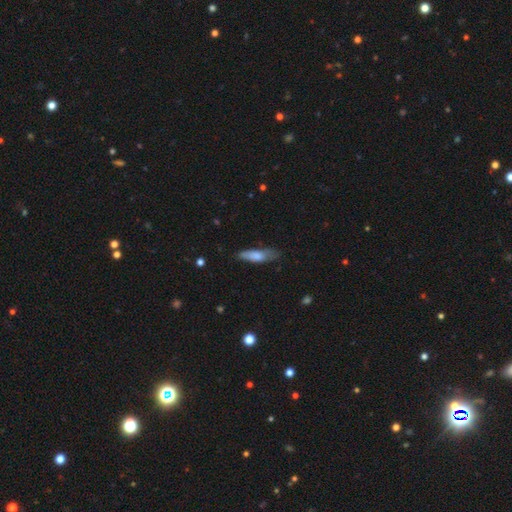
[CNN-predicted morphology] Smooth or featured? Predicted: smooth (p=0.72). How rounded? Predicted: cigar-shaped (p=0.61). Merging? Predicted: none (p=0.58).